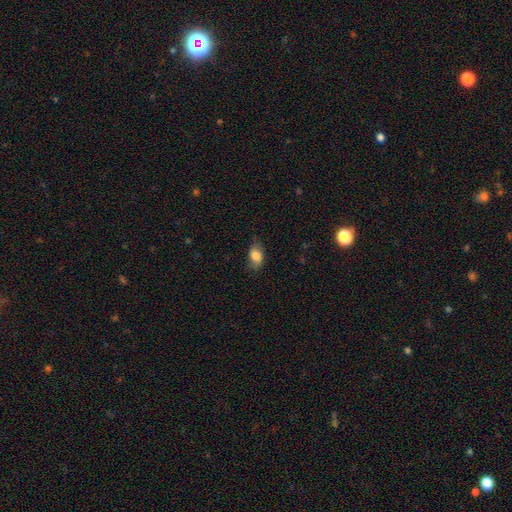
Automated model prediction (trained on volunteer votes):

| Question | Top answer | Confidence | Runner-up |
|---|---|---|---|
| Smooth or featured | smooth | 81% | featured or disk (11%) |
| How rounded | in between | 83% | round (14%) |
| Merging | none | 69% | minor disturbance (24%) |